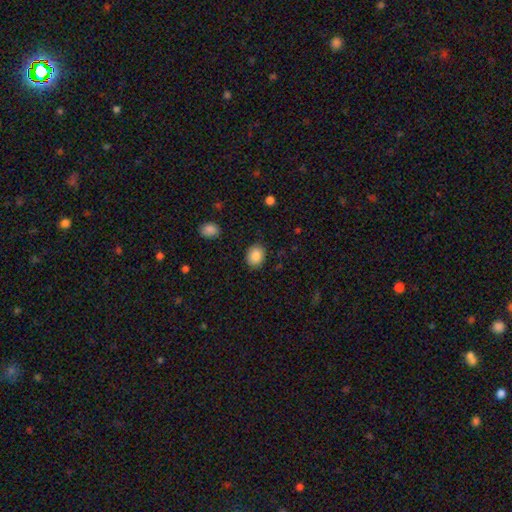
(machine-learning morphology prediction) Smooth or featured?
  - smooth: 88% *
  - star or artifact: 8%
  - featured or disk: 4%
How rounded?
  - in between: 53% *
  - round: 46%
  - cigar-shaped: 1%
Merging?
  - none: 87% *
  - minor disturbance: 9%
  - major disturbance: 3%
  - merger: 1%